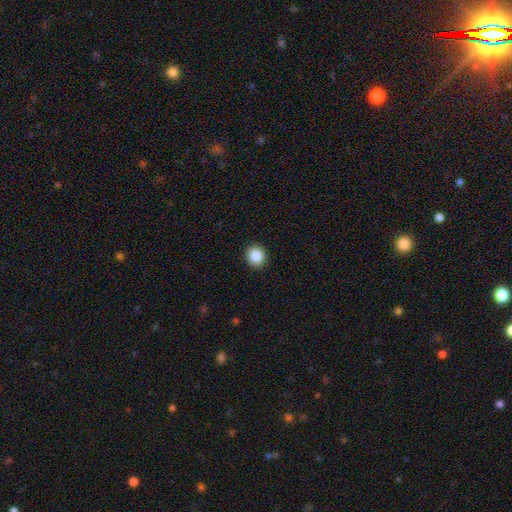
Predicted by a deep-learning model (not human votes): smooth_or_featured: smooth (p=0.86) [alt: star or artifact p=0.09]
how_rounded: round (p=0.83) [alt: in between p=0.16]
merging: none (p=0.92) [alt: minor disturbance p=0.05]